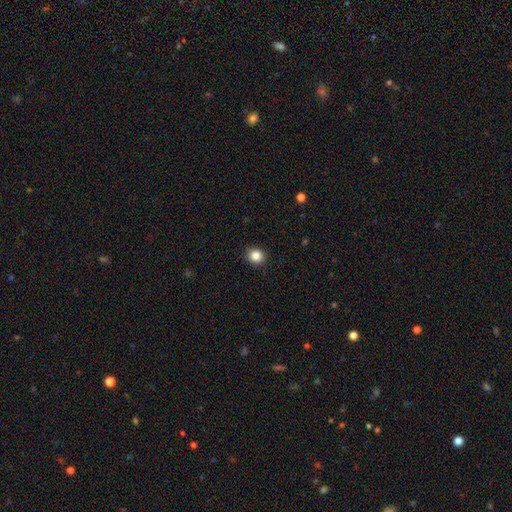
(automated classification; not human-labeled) smooth 84%, star or artifact 11%, featured or disk 5%. Down the decision tree: how rounded — round (78%); merging — none (92%).